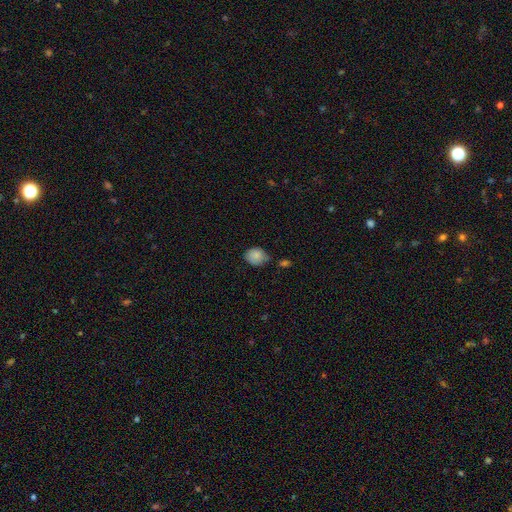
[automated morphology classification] smooth-or-featured: smooth: 86% | star or artifact: 8% | featured or disk: 6%
  how-rounded: round: 52% | in between: 47% | cigar-shaped: 1%
  merging: none: 58% | minor disturbance: 30% | merger: 6% | major disturbance: 6%